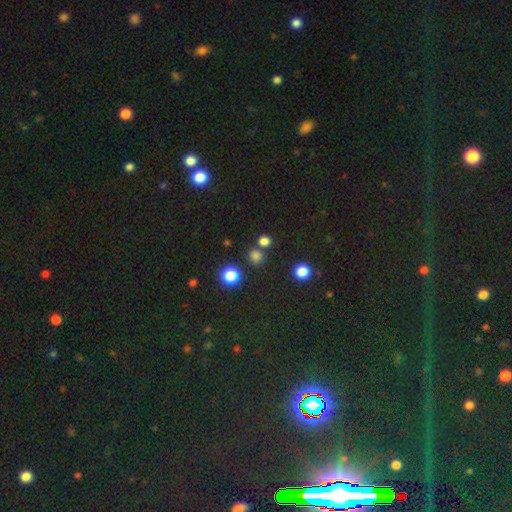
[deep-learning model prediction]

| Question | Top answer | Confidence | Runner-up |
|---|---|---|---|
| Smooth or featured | smooth | 74% | star or artifact (22%) |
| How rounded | round | 85% | in between (14%) |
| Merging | none | 75% | merger (14%) |